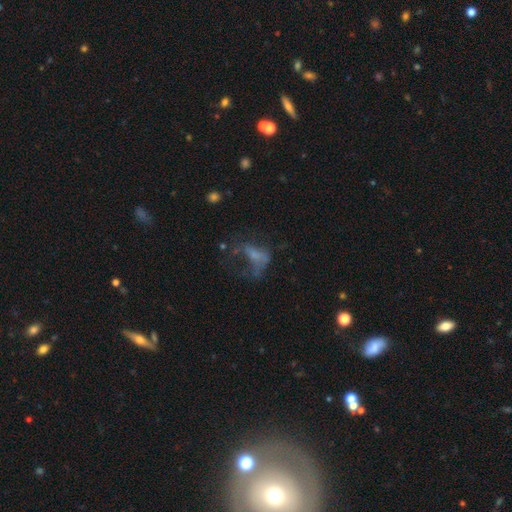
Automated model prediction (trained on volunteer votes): Q: Smooth or featured?
A: featured or disk (43%); runner-up: smooth (38%)
Q: Merging?
A: major disturbance (54%); runner-up: none (24%)